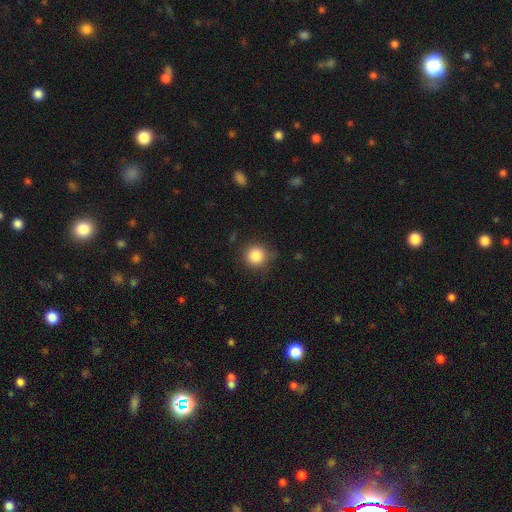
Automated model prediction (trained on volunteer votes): Smooth or featured? Predicted: smooth (p=0.85). How rounded? Predicted: round (p=0.93). Merging? Predicted: none (p=0.82).